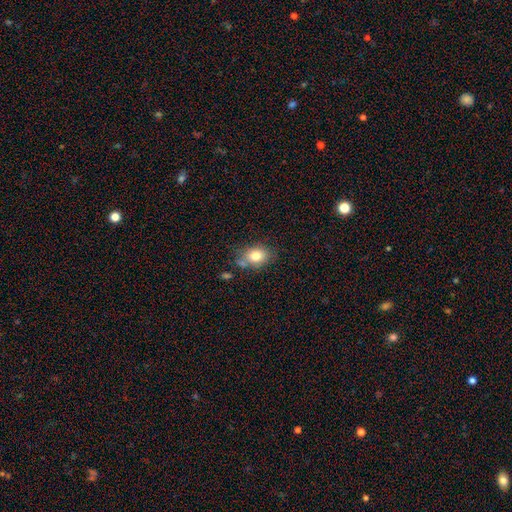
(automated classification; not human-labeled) A smooth galaxy with no disk features (78%) that is in between round and cigar-shaped (69%). Merging: none (65%).